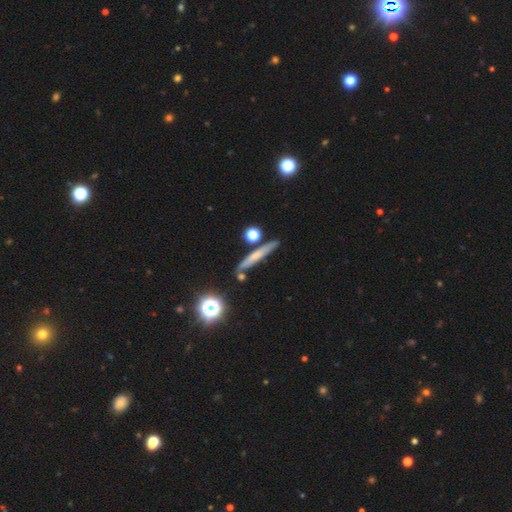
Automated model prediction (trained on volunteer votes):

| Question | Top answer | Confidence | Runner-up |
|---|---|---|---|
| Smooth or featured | smooth | 52% | featured or disk (38%) |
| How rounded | cigar-shaped | 87% | in between (7%) |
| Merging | none | 80% | minor disturbance (11%) |